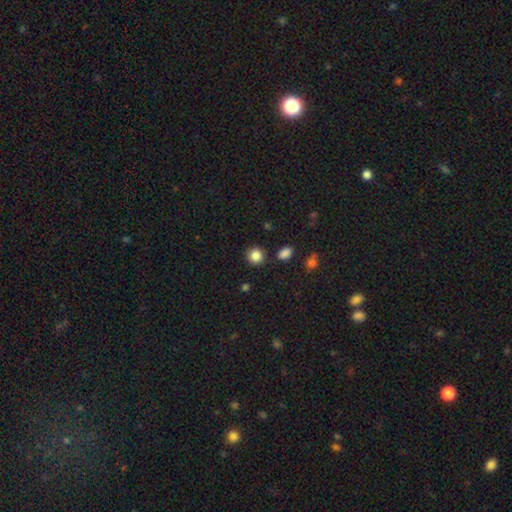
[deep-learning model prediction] smooth_or_featured: smooth (p=0.86) [alt: star or artifact p=0.10]
how_rounded: round (p=0.90) [alt: in between p=0.09]
merging: none (p=0.86) [alt: minor disturbance p=0.07]